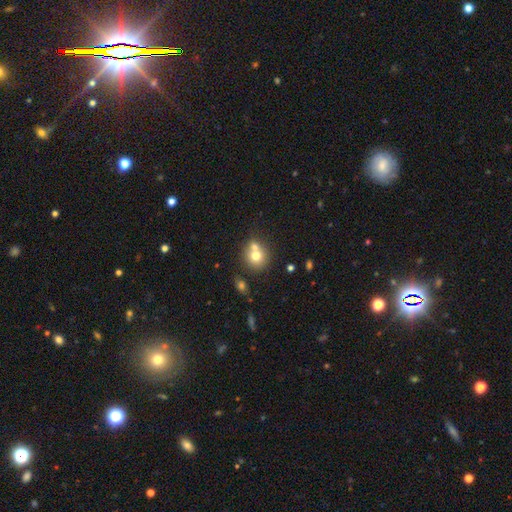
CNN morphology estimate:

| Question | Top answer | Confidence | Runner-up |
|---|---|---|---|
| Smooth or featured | smooth | 70% | featured or disk (19%) |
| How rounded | round | 84% | in between (15%) |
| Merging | none | 45% | merger (43%) |